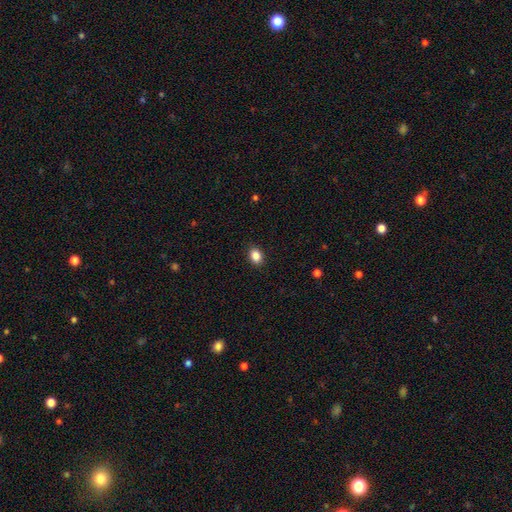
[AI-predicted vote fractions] Smooth or featured? Predicted: smooth (p=0.87). How rounded? Predicted: in between (p=0.64). Merging? Predicted: none (p=0.90).